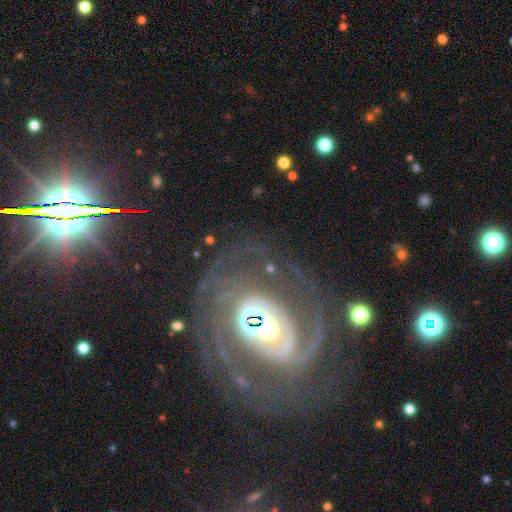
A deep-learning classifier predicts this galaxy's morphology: A featured or disk galaxy (83%) with no bar (44%), 2 (42%) tight (59%) spiral arms (88%) and a moderate central bulge (57%).

Vote fractions:
- Smooth or featured? featured or disk: 83% / star or artifact: 10% / smooth: 7%
- Edge-on disk? no: 96% / yes: 4%
- Bar? no: 44% / weak: 29% / strong: 27%
- Spiral arms? yes: 88% / no: 12%
- Spiral winding? tight: 59% / medium: 31% / loose: 10%
- Spiral arm count? 2: 42% / can't tell: 24% / 3: 12% / 1: 8% / 4: 7% / more than 4: 7%
- Bulge size? moderate: 57% / small: 19% / large: 18% / dominant: 3% / none: 2%
- Merging? none: 67% / major disturbance: 15% / minor disturbance: 15% / merger: 3%